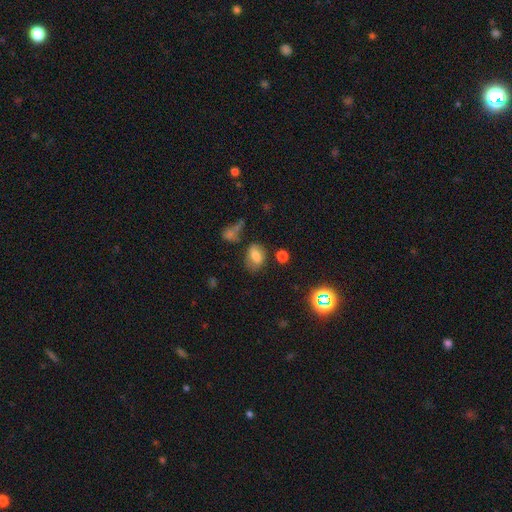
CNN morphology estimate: A smooth galaxy with no disk features (72%) that is in between round and cigar-shaped (80%).

Vote fractions:
- Smooth or featured? smooth: 72% / featured or disk: 15% / star or artifact: 14%
- How rounded? in between: 80% / round: 18% / cigar-shaped: 2%
- Merging? none: 64% / minor disturbance: 21% / major disturbance: 8% / merger: 7%